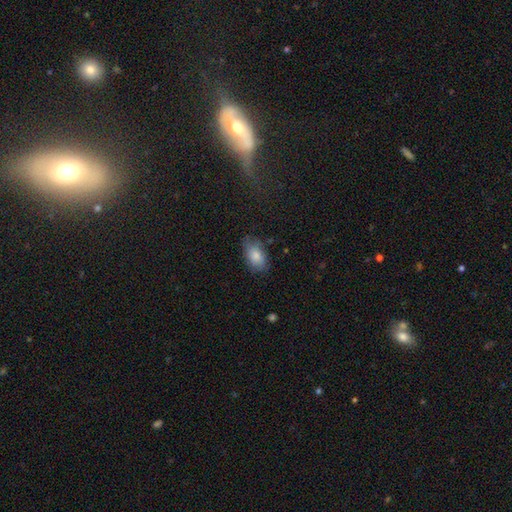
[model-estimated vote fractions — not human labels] This appears to be a smooth galaxy with no disk features (82%) that is in between round and cigar-shaped (91%). Merging: none (68%).